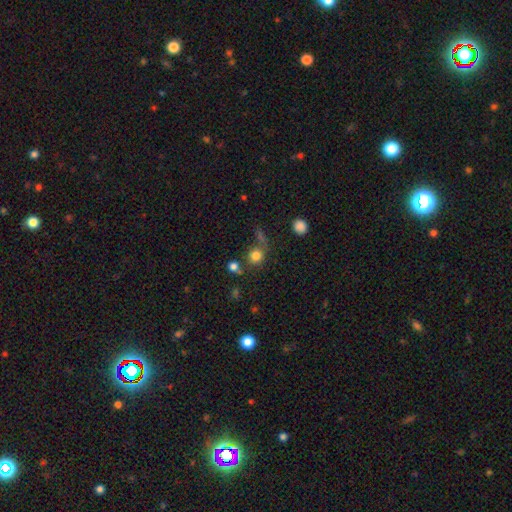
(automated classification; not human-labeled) Smooth or featured? Predicted: smooth (p=0.79). How rounded? Predicted: round (p=0.87). Merging? Predicted: none (p=0.62).